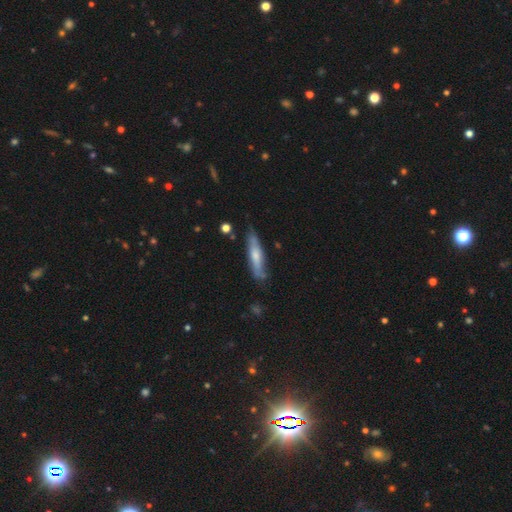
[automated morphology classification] Smooth or featured? smooth (52%)
How rounded? cigar-shaped (83%)
Merging? none (70%)